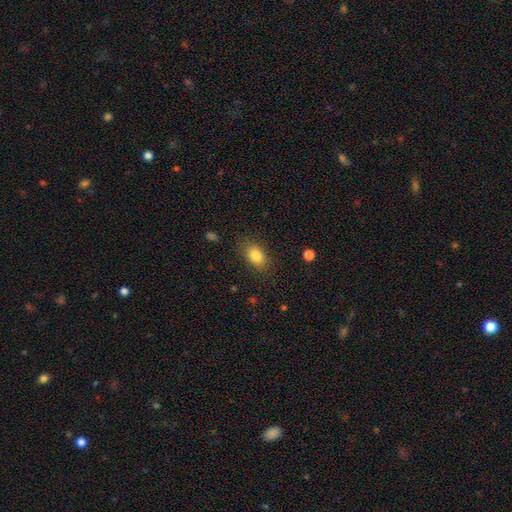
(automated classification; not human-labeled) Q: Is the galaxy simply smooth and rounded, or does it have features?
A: smooth — 84%.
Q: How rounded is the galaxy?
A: in between — 77%.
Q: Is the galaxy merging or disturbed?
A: none — 80%.